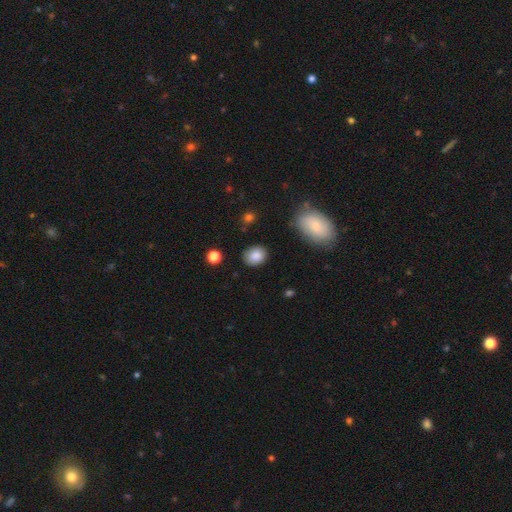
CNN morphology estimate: This appears to be a smooth galaxy with no disk features (86%) that is in between round and cigar-shaped (50%). Merging: none (82%).